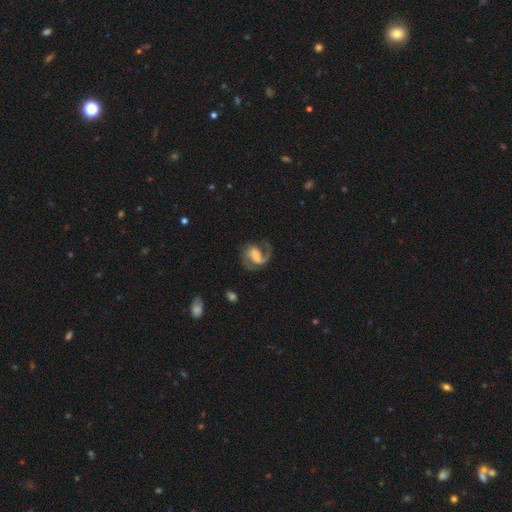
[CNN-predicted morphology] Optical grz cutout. It shows a featured or disk galaxy (82%) with a weak bar (48%), 2 (61%) medium (50%) spiral arms (95%) and a moderate central bulge (29%). Merging: none (58%).